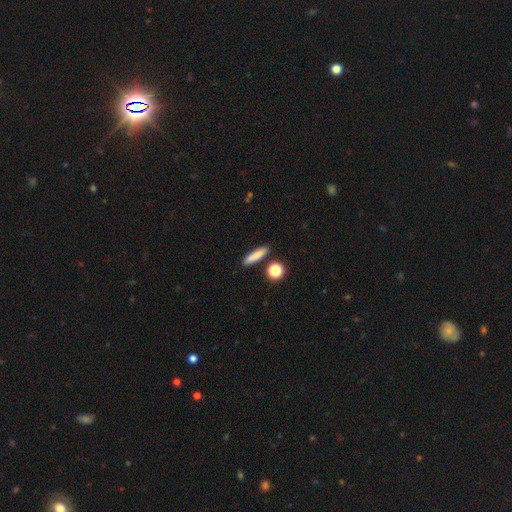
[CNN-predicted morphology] Smooth or featured? smooth (80%)
How rounded? cigar-shaped (74%)
Merging? none (85%)